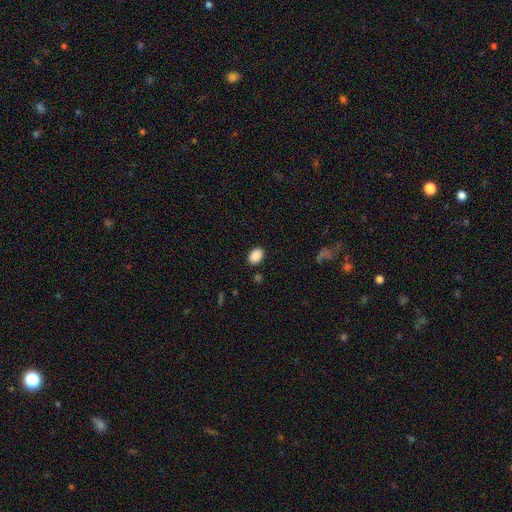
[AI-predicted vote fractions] Q: Smooth or featured?
A: smooth (89%); runner-up: star or artifact (8%)
Q: How rounded?
A: in between (77%); runner-up: round (22%)
Q: Merging?
A: none (87%); runner-up: minor disturbance (9%)